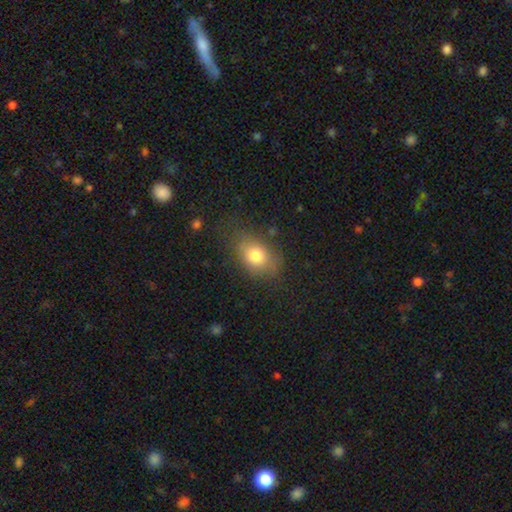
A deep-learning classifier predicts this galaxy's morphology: Overall: smooth (77%). How rounded: in between (74%). Merging: none (70%).